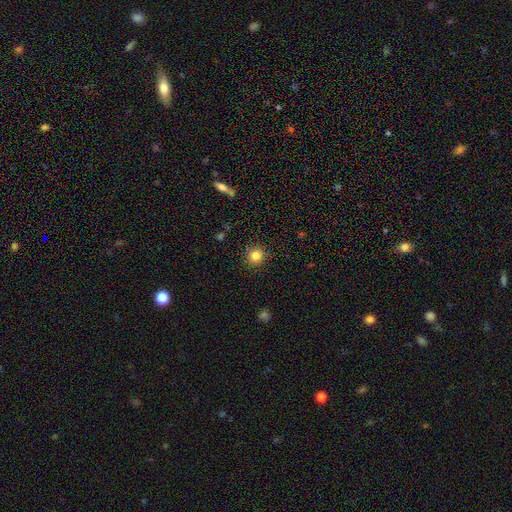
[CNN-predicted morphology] type=smooth (83%); roundness=round (93%); merging=none (90%).